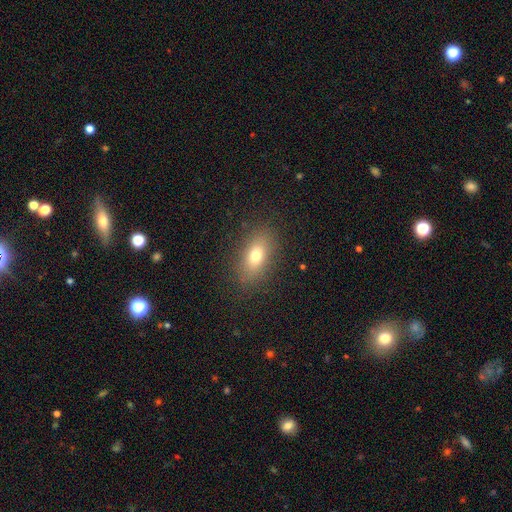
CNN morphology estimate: smooth_or_featured: smooth (p=0.74) [alt: featured or disk p=0.15]
how_rounded: in between (p=0.82) [alt: round p=0.10]
merging: none (p=0.86) [alt: minor disturbance p=0.09]